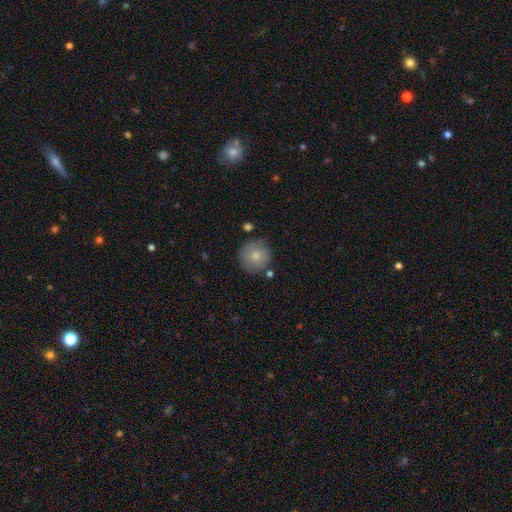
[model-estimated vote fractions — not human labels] Smooth or featured?
  - smooth: 79% *
  - featured or disk: 13%
  - star or artifact: 8%
How rounded?
  - round: 95% *
  - in between: 4%
  - cigar-shaped: 1%
Merging?
  - none: 80% *
  - minor disturbance: 12%
  - merger: 5%
  - major disturbance: 3%